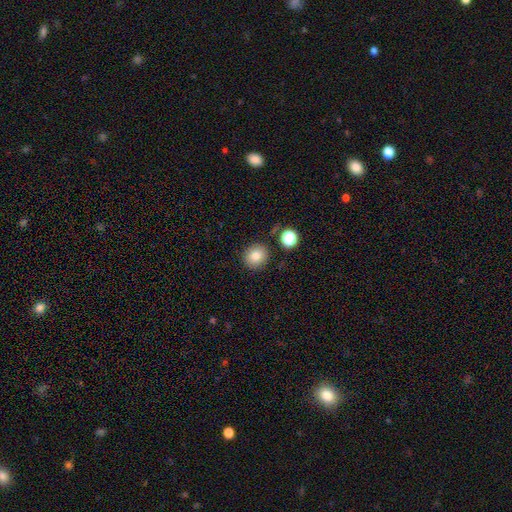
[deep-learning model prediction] Morphology: type=smooth (82%); roundness=round (89%); merging=none (85%).